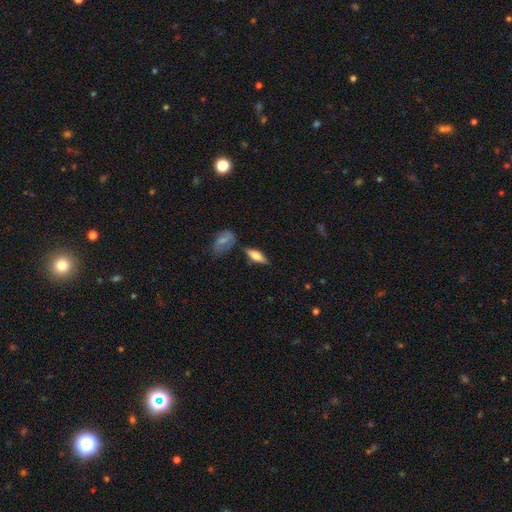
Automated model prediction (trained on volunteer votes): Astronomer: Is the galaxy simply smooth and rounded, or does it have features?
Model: smooth — 55% (runner-up: featured or disk, 38%).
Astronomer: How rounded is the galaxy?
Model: in between — 56% (runner-up: cigar-shaped, 41%).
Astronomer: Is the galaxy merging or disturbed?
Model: none — 75%.